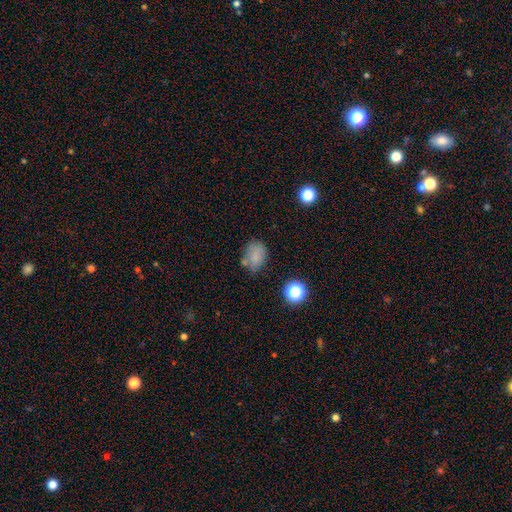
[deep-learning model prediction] smooth-or-featured: smooth: 78% | star or artifact: 13% | featured or disk: 9%
  how-rounded: in between: 67% | round: 32% | cigar-shaped: 1%
  merging: none: 61% | minor disturbance: 23% | merger: 9% | major disturbance: 7%